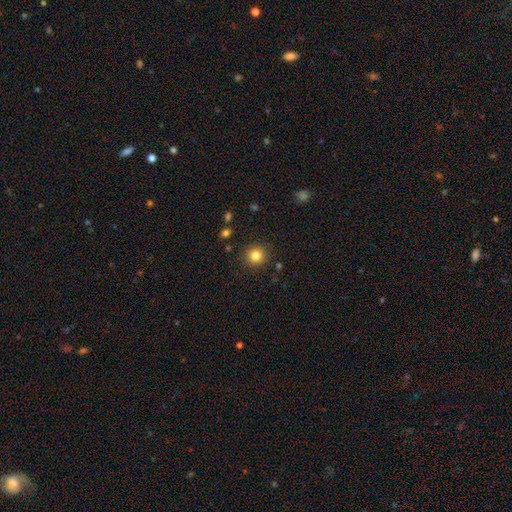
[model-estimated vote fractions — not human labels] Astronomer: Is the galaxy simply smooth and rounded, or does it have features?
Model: smooth — 83%.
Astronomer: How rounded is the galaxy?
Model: round — 93%.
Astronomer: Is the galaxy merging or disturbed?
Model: none — 90%.